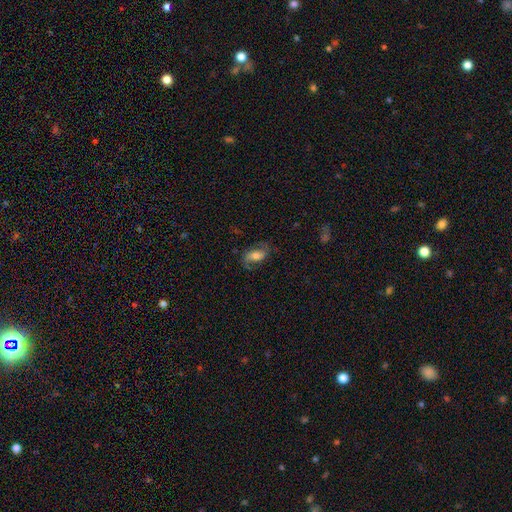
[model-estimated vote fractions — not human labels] Smooth or featured? featured or disk (55%)
Edge-on disk? no (94%)
Bar? no (46%)
Spiral arms? yes (88%)
Bulge size? moderate (50%)
Merging? none (68%)